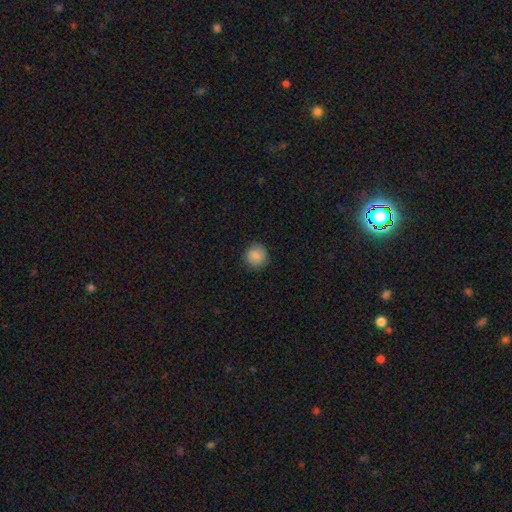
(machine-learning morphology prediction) type=smooth (88%); roundness=round (92%); merging=none (88%).